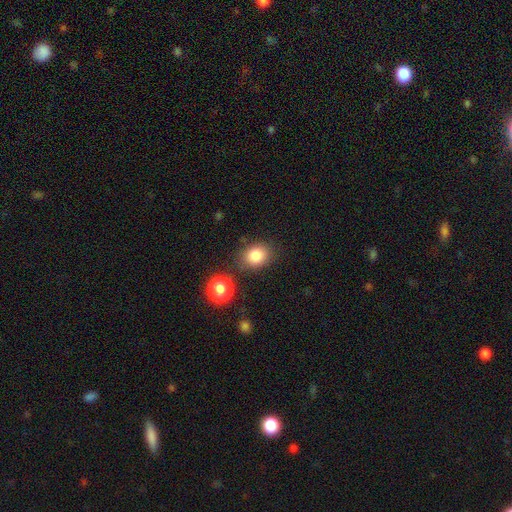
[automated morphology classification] Overall: smooth (84%). How rounded: round (51%; in between 48%). Merging: none (78%).